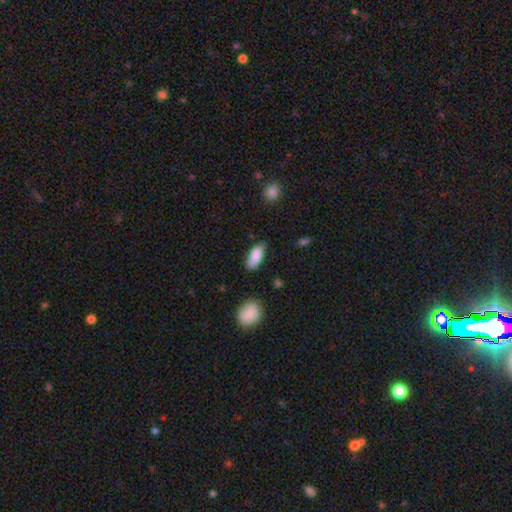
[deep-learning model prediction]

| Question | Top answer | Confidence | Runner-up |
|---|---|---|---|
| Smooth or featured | smooth | 85% | featured or disk (9%) |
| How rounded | in between | 85% | cigar-shaped (13%) |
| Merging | none | 71% | minor disturbance (22%) |